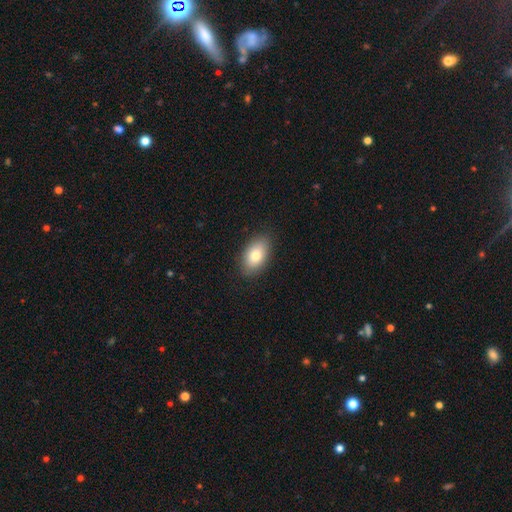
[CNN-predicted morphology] Smooth or featured: smooth — 79% (featured or disk — 13%)
How rounded: in between — 90% (round — 8%)
Merging: none — 87% (minor disturbance — 10%)